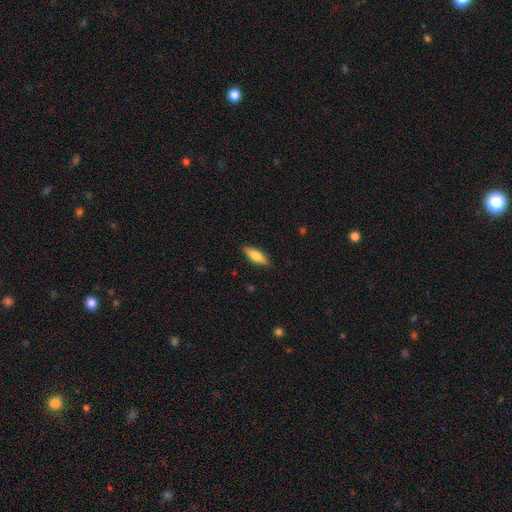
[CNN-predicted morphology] Smooth or featured? Predicted: smooth (p=0.67). How rounded? Predicted: in between (p=0.55). Merging? Predicted: none (p=0.88).